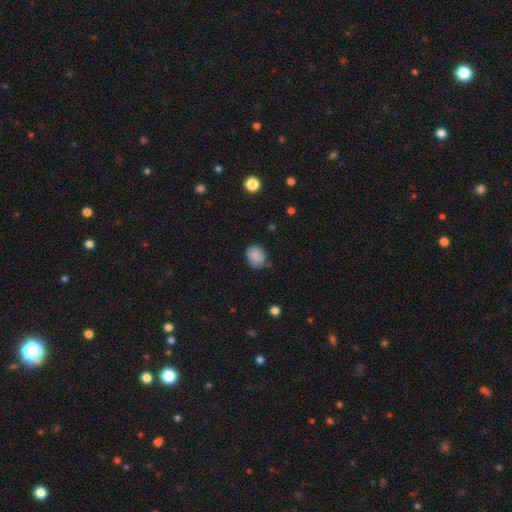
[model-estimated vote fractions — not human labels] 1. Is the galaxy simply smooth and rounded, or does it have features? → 87% smooth, 9% star or artifact, 5% featured or disk.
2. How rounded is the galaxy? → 54% round, 46% in between, 1% cigar-shaped.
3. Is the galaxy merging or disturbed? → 73% none, 21% minor disturbance, 4% major disturbance, 2% merger.